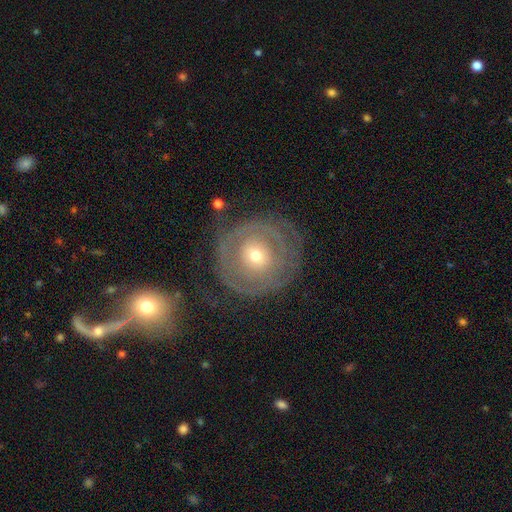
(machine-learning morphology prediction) A featured or disk galaxy (67%) with no bar (82%), spiral arms (58%) and a small central bulge (49%).

Vote fractions:
- Smooth or featured? featured or disk: 67% / smooth: 26% / star or artifact: 7%
- Edge-on disk? no: 96% / yes: 4%
- Bar? no: 82% / weak: 14% / strong: 5%
- Spiral arms? yes: 58% / no: 42%
- Bulge size? small: 49% / moderate: 45% / large: 4% / dominant: 1% / none: 1%
- Merging? none: 70% / minor disturbance: 16% / major disturbance: 12% / merger: 2%